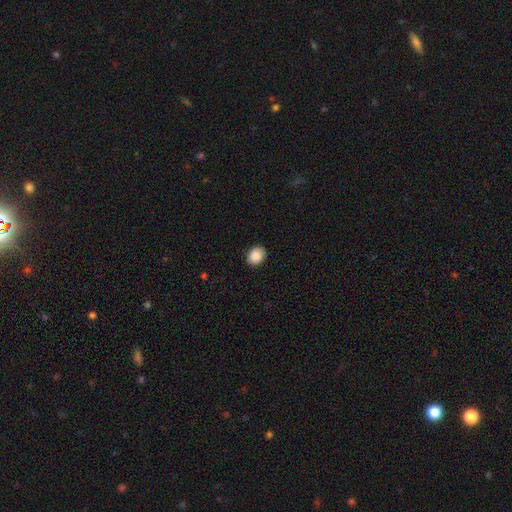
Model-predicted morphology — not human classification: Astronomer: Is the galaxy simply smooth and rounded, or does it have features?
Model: smooth — 89%.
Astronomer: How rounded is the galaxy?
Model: in between — 50% (runner-up: round, 49%).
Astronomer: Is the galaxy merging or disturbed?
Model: none — 88%.